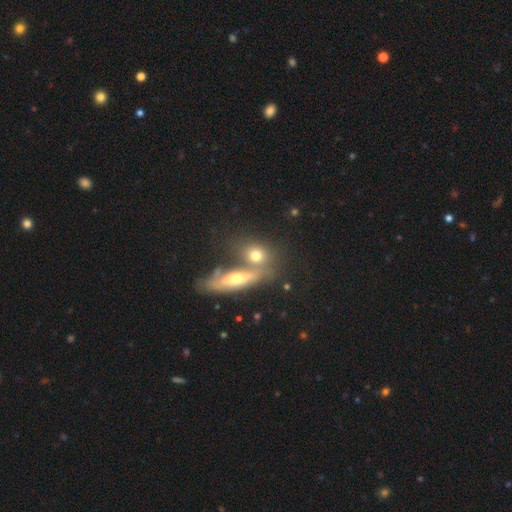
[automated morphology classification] Overall: smooth (66%). How rounded: round (45%; in between 43%). Merging: none (46%; merger 38%).